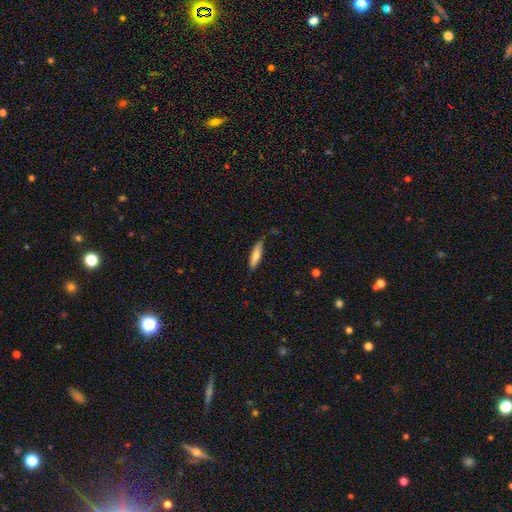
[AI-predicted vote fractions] The model was most divided on "how rounded": cigar-shaped: 63%, in between: 35%, round: 2%. More confident: merging — none (81%); smooth or featured — smooth (74%).